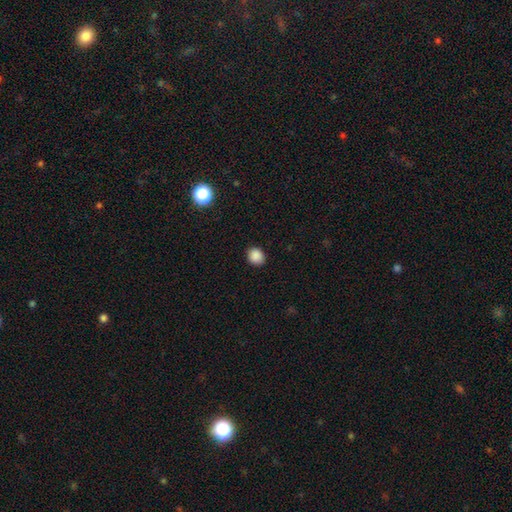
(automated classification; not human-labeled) Smooth or featured: smooth — 88% (star or artifact — 10%)
How rounded: round — 73% (in between — 26%)
Merging: none — 89% (minor disturbance — 8%)